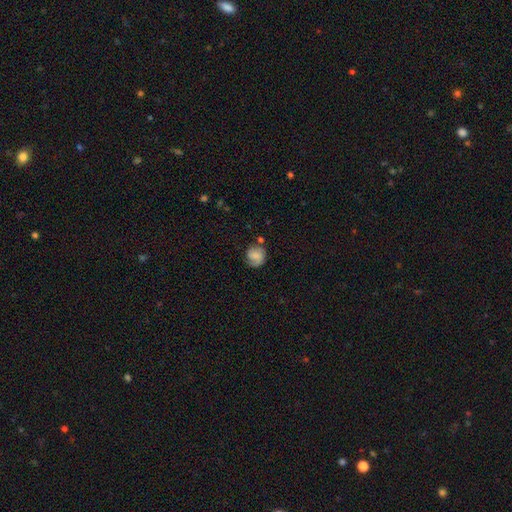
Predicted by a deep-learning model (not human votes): A smooth galaxy with no disk features (50%) that is round (75%). Merging: none (59%).